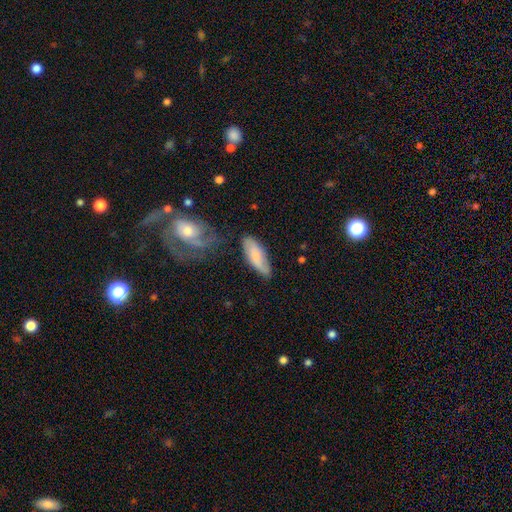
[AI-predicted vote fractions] A smooth galaxy with no disk features (61%) that is in between round and cigar-shaped (69%). Merging: none (70%).